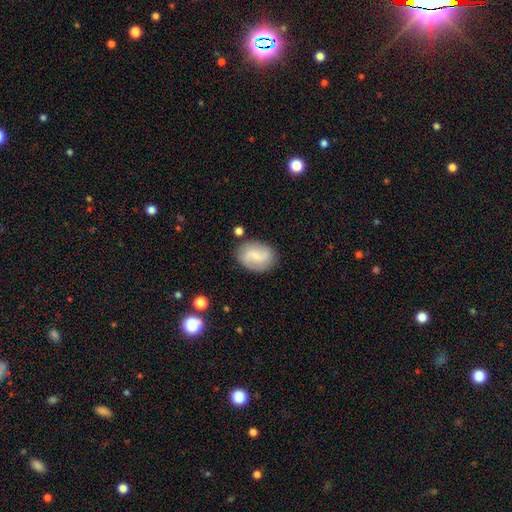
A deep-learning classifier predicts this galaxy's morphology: This is possibly a featured or disk galaxy (53%). It is clearly not viewed edge-on (97%). Bar: possibly weak (52%). Spiral arm pattern: clearly yes (88%). Central bulge: possibly small (56%). Merging: clearly none (80%).